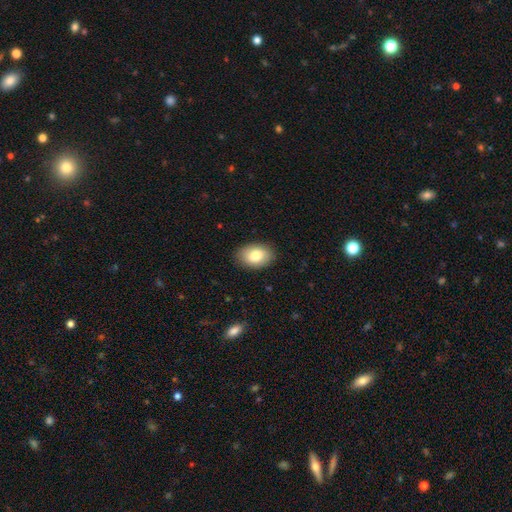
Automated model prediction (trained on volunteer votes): The model was most divided on "smooth or featured": smooth: 81%, featured or disk: 12%, star or artifact: 7%. More confident: merging — none (88%); how rounded — in between (86%).